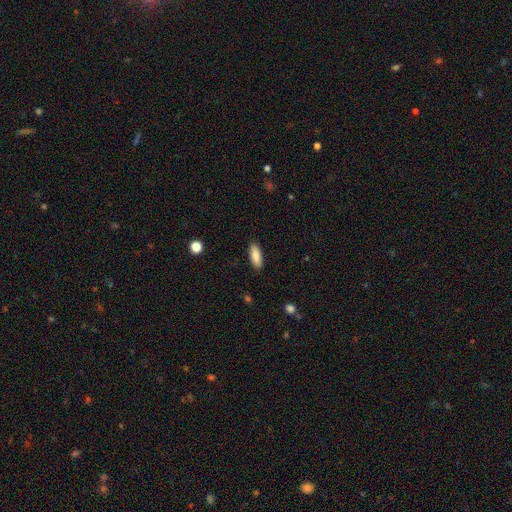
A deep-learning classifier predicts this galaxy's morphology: Smooth or featured? Predicted: smooth (p=0.86). How rounded? Predicted: in between (p=0.66). Merging? Predicted: none (p=0.89).